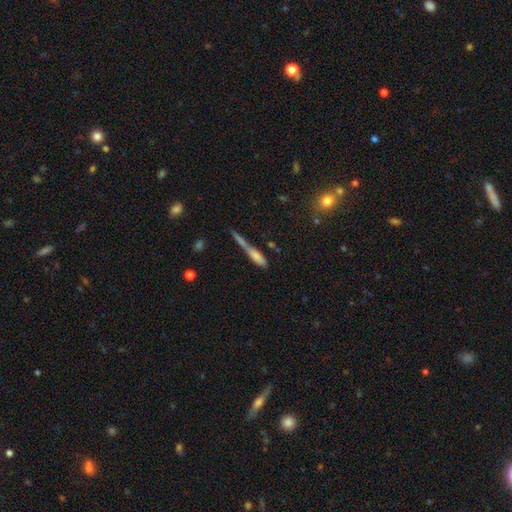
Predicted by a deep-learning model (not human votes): The model was most divided on "merging": none: 35%, merger: 33%, minor disturbance: 18%, major disturbance: 14%. More confident: how rounded — cigar-shaped (73%); smooth or featured — smooth (68%).